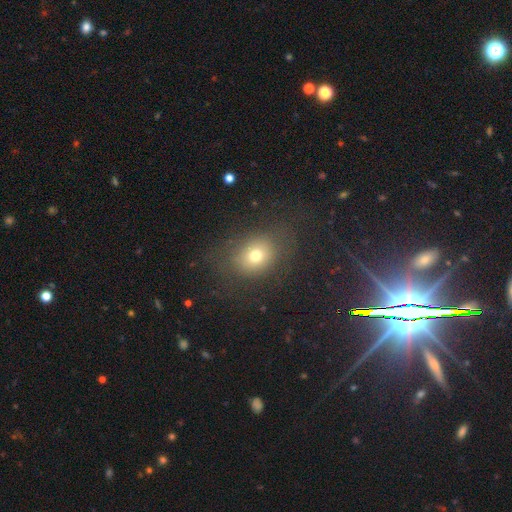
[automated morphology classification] smooth 71%, star or artifact 15%, featured or disk 14%. Down the decision tree: how rounded — round (51%); merging — none (73%).